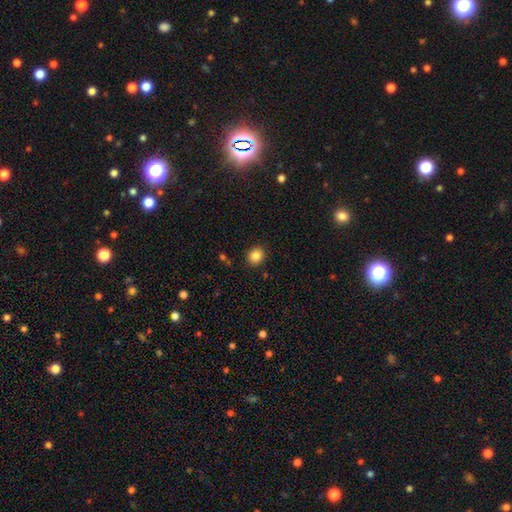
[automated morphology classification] Smooth or featured? Predicted: smooth (p=0.86). How rounded? Predicted: round (p=0.75). Merging? Predicted: none (p=0.89).